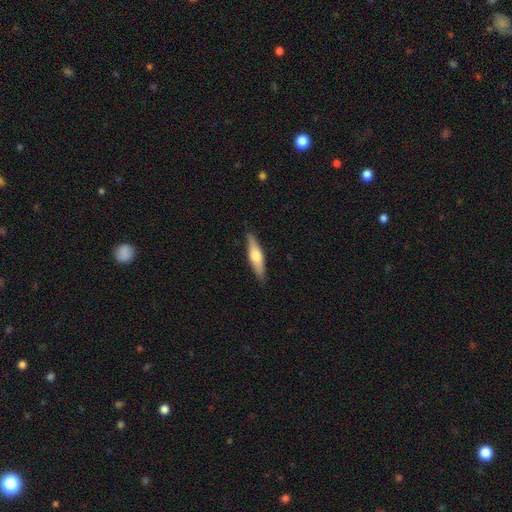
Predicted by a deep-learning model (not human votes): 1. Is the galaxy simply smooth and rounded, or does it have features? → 48% smooth, 46% featured or disk, 5% star or artifact.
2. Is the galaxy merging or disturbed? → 88% none, 9% minor disturbance, 2% major disturbance, 1% merger.